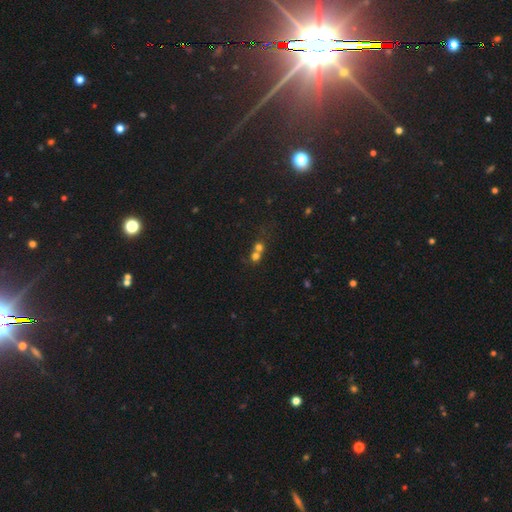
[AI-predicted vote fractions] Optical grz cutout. It shows a smooth galaxy with no disk features (65%) that is round (82%). Merging: merger (60%).